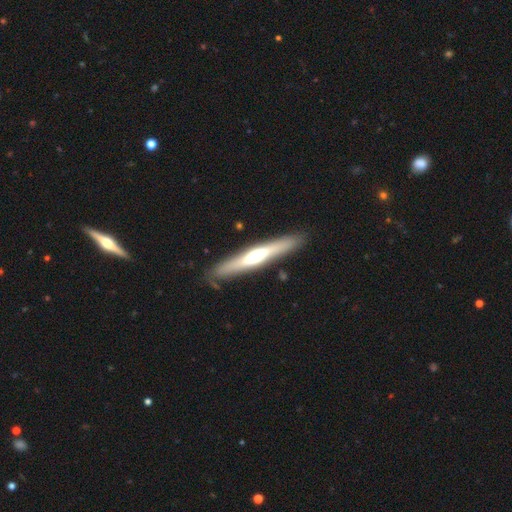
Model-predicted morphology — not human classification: smooth-or-featured: featured or disk: 57% | smooth: 37% | star or artifact: 5%
  disk-edge-on: yes: 93% | no: 7%
    edge-on-bulge: rounded: 79% | none: 12% | boxy: 9%
  merging: none: 87% | minor disturbance: 9% | major disturbance: 2% | merger: 2%